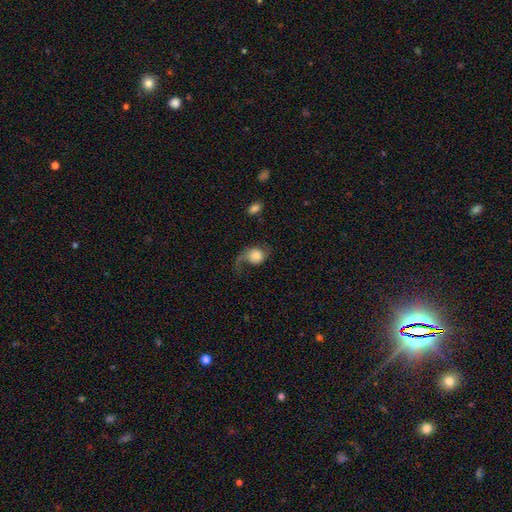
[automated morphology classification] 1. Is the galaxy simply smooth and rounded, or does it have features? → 51% smooth, 41% featured or disk, 9% star or artifact.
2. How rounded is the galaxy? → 68% round, 31% in between, 1% cigar-shaped.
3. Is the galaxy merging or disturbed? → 46% major disturbance, 31% none, 20% minor disturbance, 4% merger.